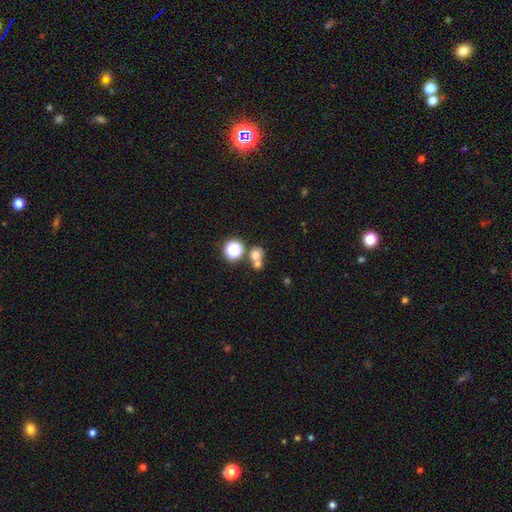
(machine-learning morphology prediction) Smooth or featured? Predicted: smooth (p=0.68). How rounded? Predicted: round (p=0.78). Merging? Predicted: none (p=0.47).